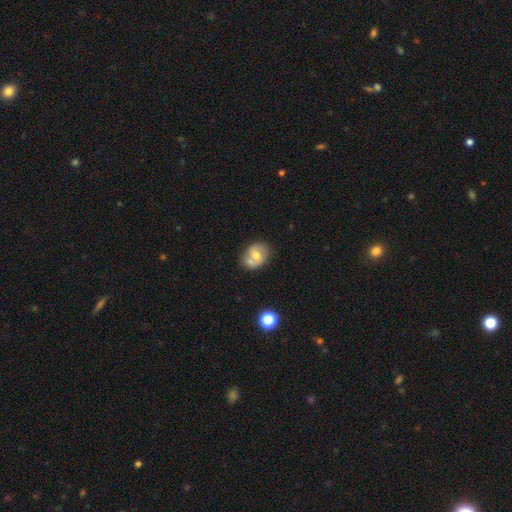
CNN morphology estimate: smooth_or_featured: featured or disk (p=0.48) [alt: smooth p=0.43]
merging: none (p=0.47) [alt: merger p=0.32]